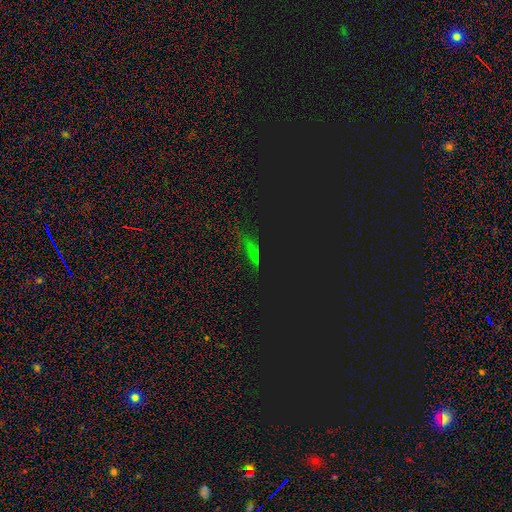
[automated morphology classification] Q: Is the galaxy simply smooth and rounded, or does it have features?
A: star or artifact — 70%.